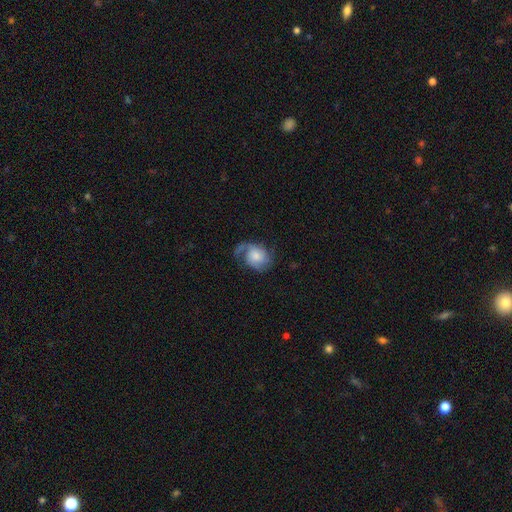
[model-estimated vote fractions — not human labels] Smooth or featured? featured or disk (58%)
Edge-on disk? no (97%)
Bar? no (75%)
Spiral arms? yes (89%)
Spiral winding? medium (39%)
Spiral arm count? 2 (46%)
Bulge size? moderate (36%)
Merging? none (45%)